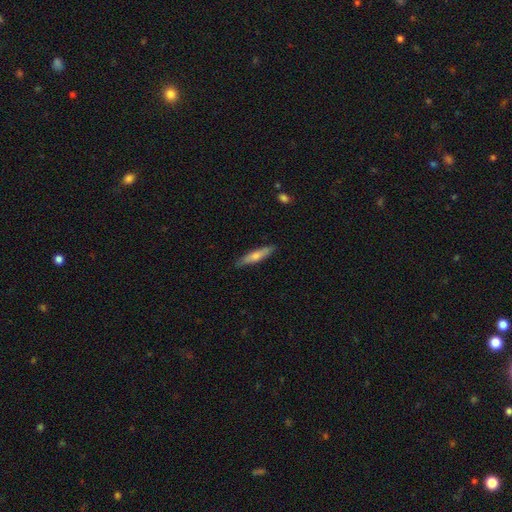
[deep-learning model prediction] Morphology: type=smooth (49%); merging=none (88%).